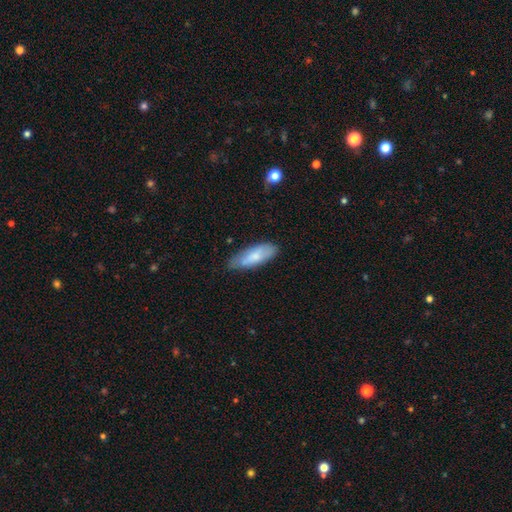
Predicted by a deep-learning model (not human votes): The model was most divided on "merging": none: 67%, minor disturbance: 26%, major disturbance: 5%, merger: 2%. More confident: smooth or featured — smooth (74%); how rounded — in between (71%).